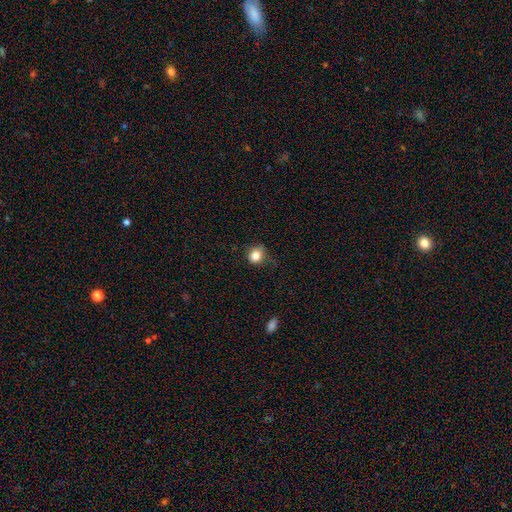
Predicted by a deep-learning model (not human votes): This appears to be a smooth galaxy with no disk features (83%) that is round (76%). Merging: none (65%).